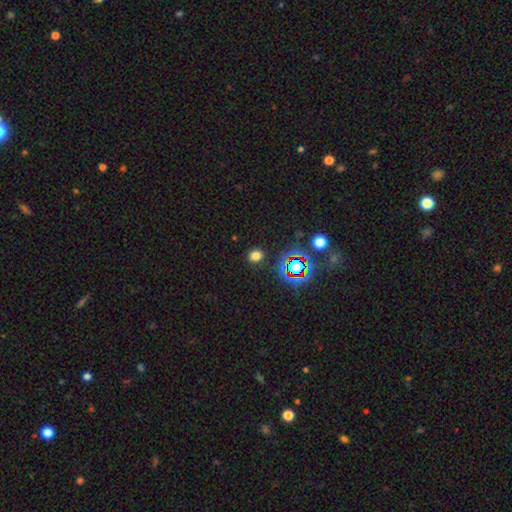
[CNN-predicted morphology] Smooth or featured? Predicted: smooth (p=0.73). How rounded? Predicted: round (p=0.74). Merging? Predicted: none (p=0.89).